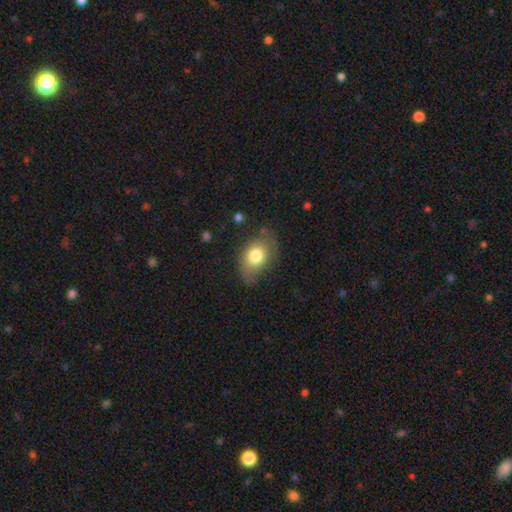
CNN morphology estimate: A smooth galaxy with no disk features (76%) that is in between round and cigar-shaped (80%). Merging: none (63%).